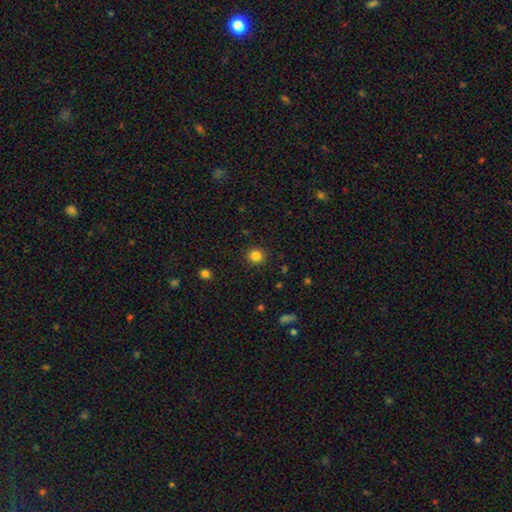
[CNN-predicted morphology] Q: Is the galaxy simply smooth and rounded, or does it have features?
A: smooth — 83%.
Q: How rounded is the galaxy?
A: round — 89%.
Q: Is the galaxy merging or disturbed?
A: none — 91%.